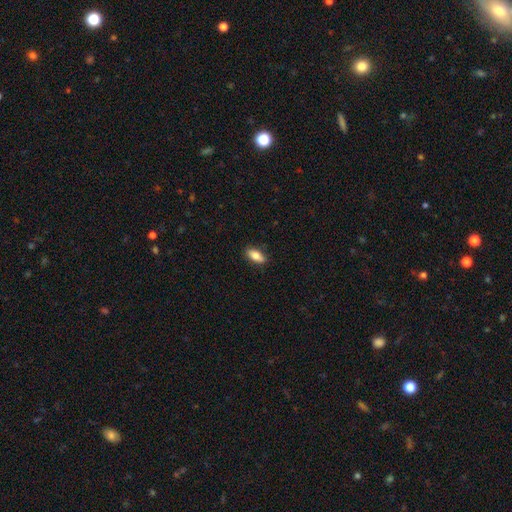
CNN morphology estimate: A smooth galaxy with no disk features (81%) that is in between round and cigar-shaped (82%).

Vote fractions:
- Smooth or featured? smooth: 81% / featured or disk: 12% / star or artifact: 7%
- How rounded? in between: 82% / cigar-shaped: 15% / round: 3%
- Merging? none: 87% / minor disturbance: 10% / major disturbance: 2% / merger: 1%